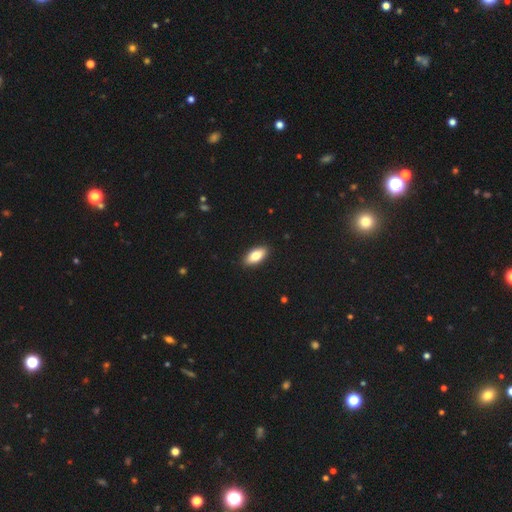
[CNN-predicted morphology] Q: Smooth or featured?
A: smooth (81%); runner-up: featured or disk (12%)
Q: How rounded?
A: in between (88%); runner-up: cigar-shaped (9%)
Q: Merging?
A: none (90%); runner-up: minor disturbance (7%)